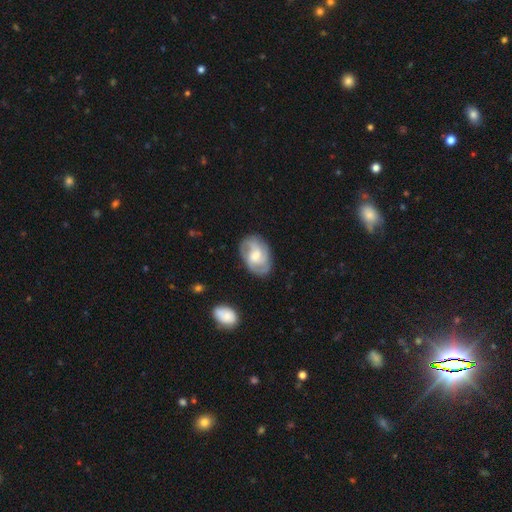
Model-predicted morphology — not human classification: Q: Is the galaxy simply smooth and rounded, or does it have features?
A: featured or disk — 69%.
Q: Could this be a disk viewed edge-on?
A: no — 97%.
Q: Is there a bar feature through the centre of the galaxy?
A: weak — 47%.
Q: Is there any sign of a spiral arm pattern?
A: yes — 89%.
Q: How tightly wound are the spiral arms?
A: medium — 46%.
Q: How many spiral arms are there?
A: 2 — 37%.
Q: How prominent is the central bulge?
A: moderate — 56%.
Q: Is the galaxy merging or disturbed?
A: none — 76%.